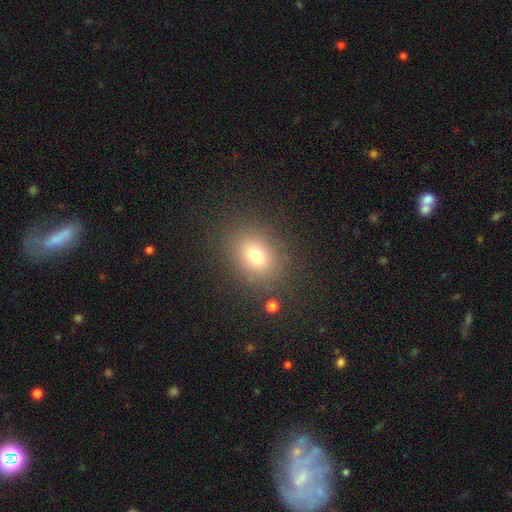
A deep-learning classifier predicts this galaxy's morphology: smooth-or-featured: smooth: 74% | star or artifact: 15% | featured or disk: 11%
  how-rounded: in between: 53% | round: 46% | cigar-shaped: 1%
  merging: none: 84% | minor disturbance: 9% | major disturbance: 5% | merger: 2%